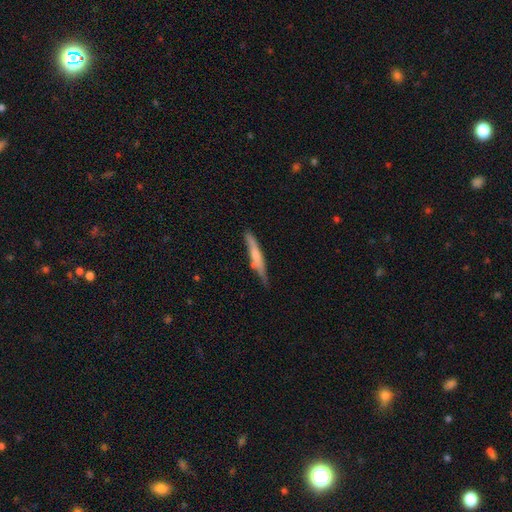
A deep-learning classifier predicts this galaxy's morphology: smooth 54%, featured or disk 40%, star or artifact 6%. Down the decision tree: how rounded — cigar-shaped (93%); merging — none (65%).